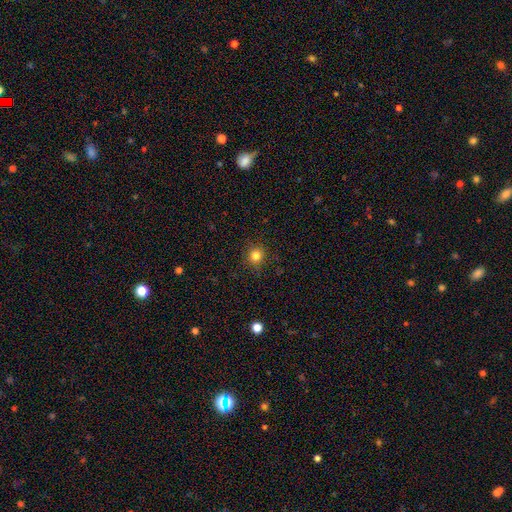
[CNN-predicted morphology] Q: Smooth or featured?
A: smooth (81%); runner-up: star or artifact (14%)
Q: How rounded?
A: round (90%); runner-up: in between (9%)
Q: Merging?
A: none (88%); runner-up: minor disturbance (9%)